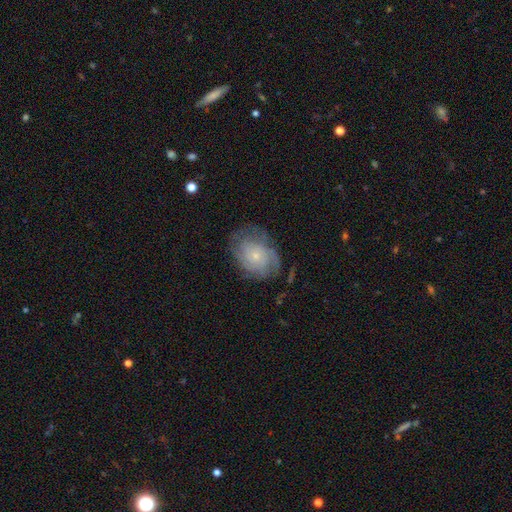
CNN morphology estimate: A featured or disk galaxy (60%) with no bar (84%), spiral arms (79%) and a small central bulge (79%).

Vote fractions:
- Smooth or featured? featured or disk: 60% / smooth: 32% / star or artifact: 8%
- Edge-on disk? no: 97% / yes: 3%
- Bar? no: 84% / weak: 14% / strong: 2%
- Spiral arms? yes: 79% / no: 21%
- Bulge size? small: 79% / moderate: 16% / none: 3% / large: 2% / dominant: 1%
- Merging? none: 62% / minor disturbance: 23% / major disturbance: 13% / merger: 2%